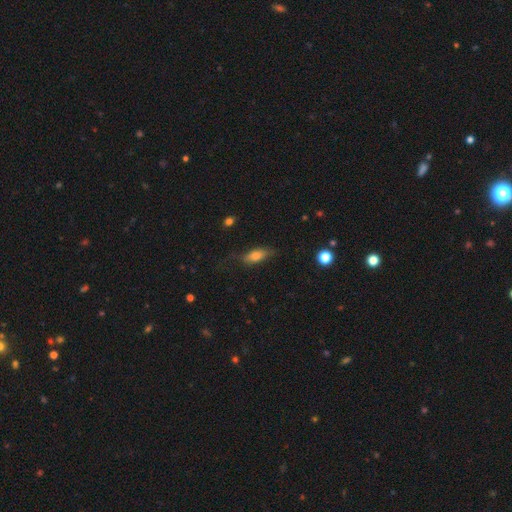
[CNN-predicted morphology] smooth-or-featured: smooth: 72% | featured or disk: 19% | star or artifact: 9%
  how-rounded: in between: 75% | cigar-shaped: 21% | round: 4%
  merging: none: 63% | minor disturbance: 24% | major disturbance: 11% | merger: 2%